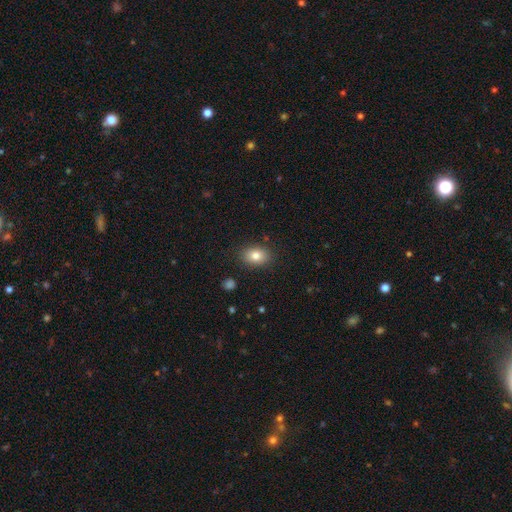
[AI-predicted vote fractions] Smooth or featured? smooth (82%)
How rounded? in between (75%)
Merging? none (87%)